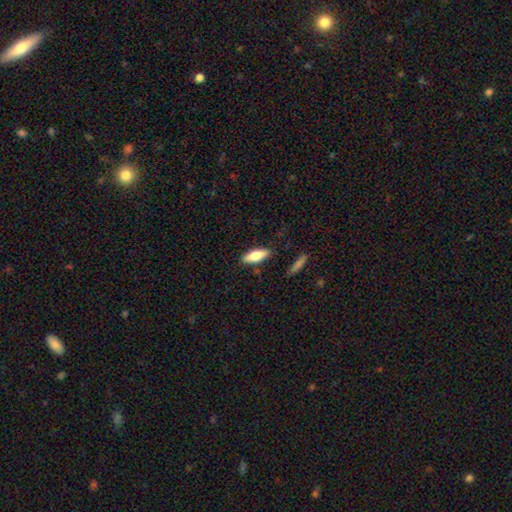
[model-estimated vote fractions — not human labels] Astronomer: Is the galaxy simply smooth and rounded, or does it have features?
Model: smooth — 69%.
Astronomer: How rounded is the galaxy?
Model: in between — 67%.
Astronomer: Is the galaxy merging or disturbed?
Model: none — 86%.